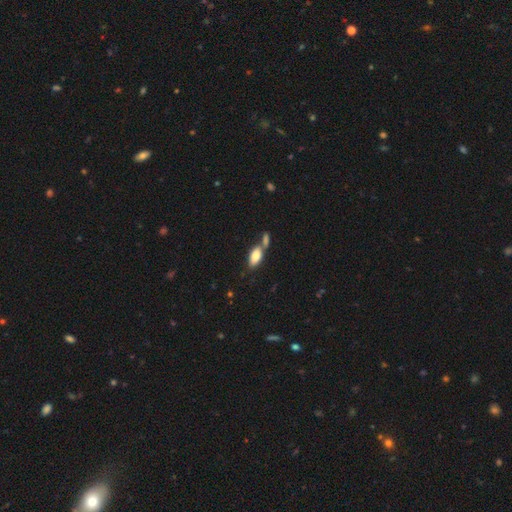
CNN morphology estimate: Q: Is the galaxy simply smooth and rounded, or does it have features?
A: smooth — 81%.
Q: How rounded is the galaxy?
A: in between — 90%.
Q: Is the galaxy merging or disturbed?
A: none — 47%.